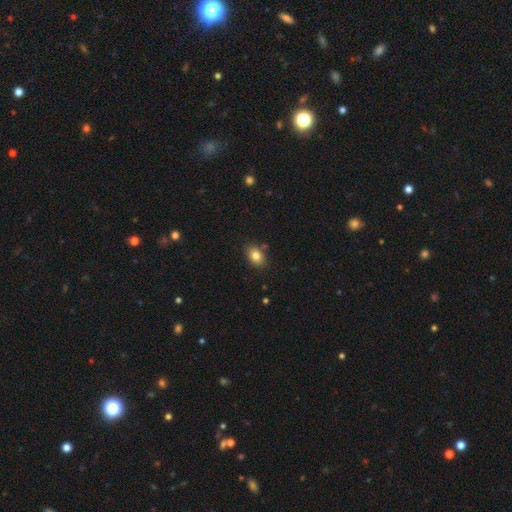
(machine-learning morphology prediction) The model was most divided on "how rounded": in between: 78%, round: 20%, cigar-shaped: 1%. More confident: smooth or featured — smooth (82%); merging — none (82%).